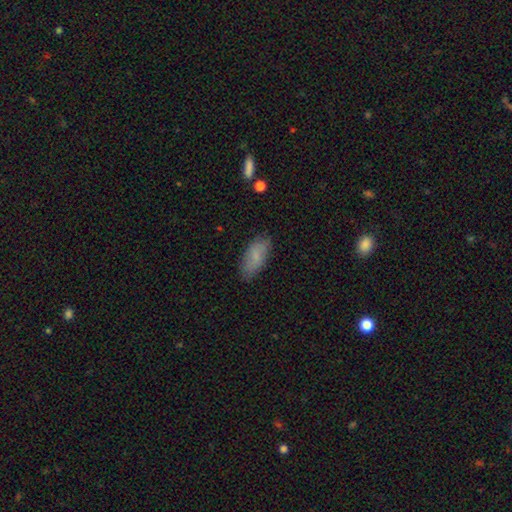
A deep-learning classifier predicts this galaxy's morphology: smooth-or-featured: smooth: 80% | featured or disk: 13% | star or artifact: 7%
  how-rounded: in between: 86% | cigar-shaped: 12% | round: 2%
  merging: none: 78% | minor disturbance: 17% | major disturbance: 4% | merger: 1%